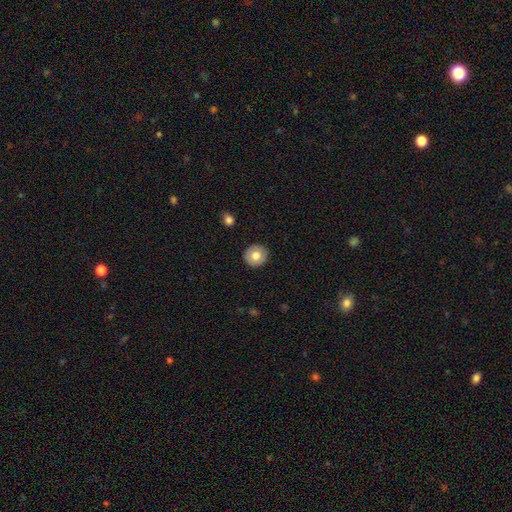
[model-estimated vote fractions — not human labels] smooth_or_featured: smooth (p=0.72) [alt: featured or disk p=0.20]
how_rounded: round (p=0.91) [alt: in between p=0.08]
merging: none (p=0.91) [alt: minor disturbance p=0.06]